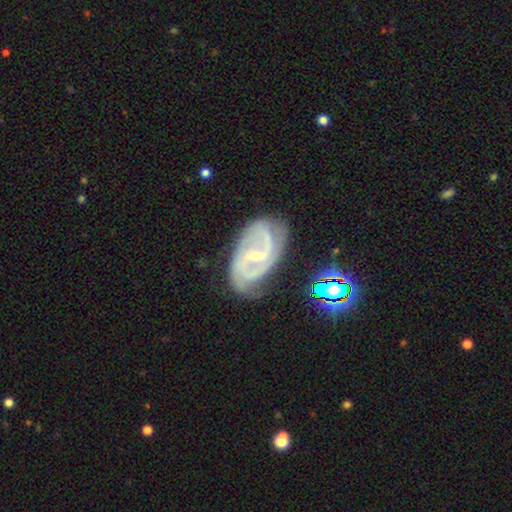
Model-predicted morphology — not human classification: Smooth or featured: featured or disk — 86% (smooth — 8%)
Edge-on disk: no — 97% (yes — 3%)
Bar: weak — 51% (strong — 27%)
Spiral arms: yes — 96% (no — 4%)
Spiral winding: medium — 50% (tight — 32%)
Spiral arm count: 2 — 68% (3 — 12%)
Bulge size: small — 74% (moderate — 20%)
Merging: none — 63% (minor disturbance — 25%)